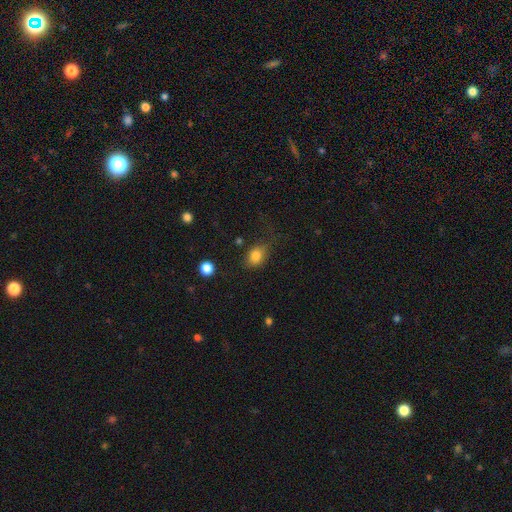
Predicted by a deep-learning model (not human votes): This is clearly a smooth galaxy (82%). How rounded: possibly in between (54%). Merging: likely none (63%).